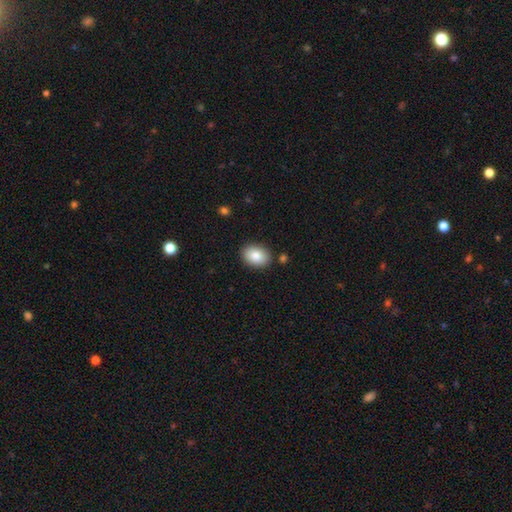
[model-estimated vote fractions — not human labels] smooth_or_featured: smooth (p=0.86) [alt: featured or disk p=0.07]
how_rounded: in between (p=0.81) [alt: round p=0.18]
merging: none (p=0.86) [alt: minor disturbance p=0.09]